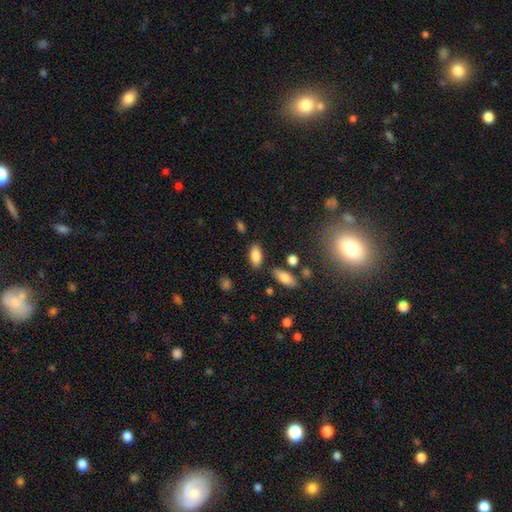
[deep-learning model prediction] A smooth galaxy with no disk features (84%) that is in between round and cigar-shaped (89%).

Vote fractions:
- Smooth or featured? smooth: 84% / star or artifact: 8% / featured or disk: 8%
- How rounded? in between: 89% / cigar-shaped: 8% / round: 3%
- Merging? none: 80% / minor disturbance: 12% / merger: 5% / major disturbance: 3%